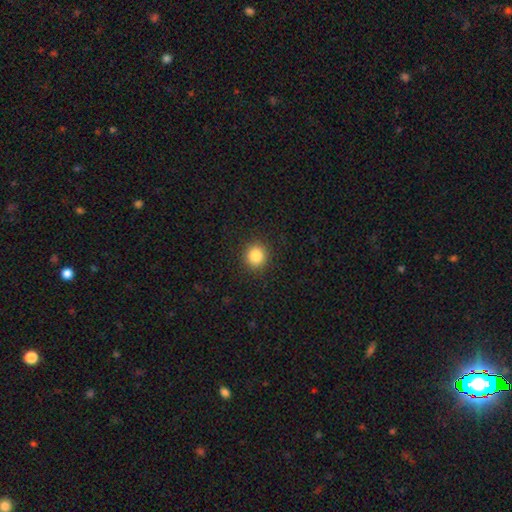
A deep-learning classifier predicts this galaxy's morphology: Overall: smooth (85%). How rounded: round (91%). Merging: none (91%).